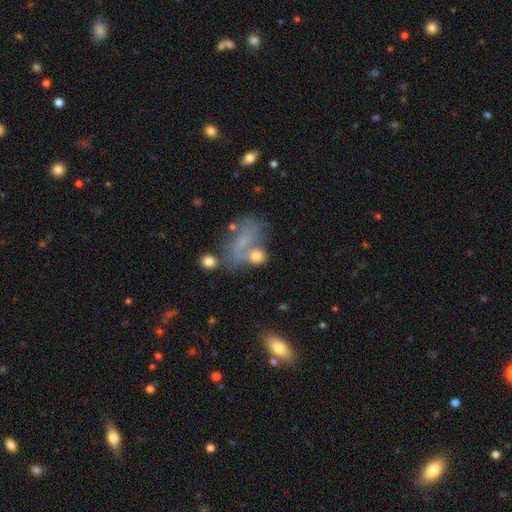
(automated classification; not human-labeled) Smooth or featured? smooth (65%)
How rounded? in between (49%)
Merging? none (33%)